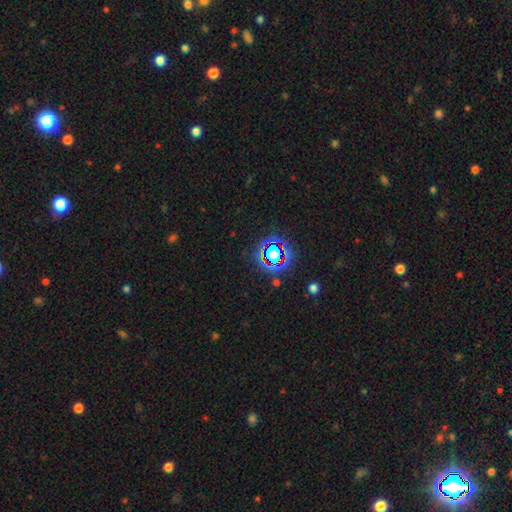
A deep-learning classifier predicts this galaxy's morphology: smooth_or_featured: star or artifact (p=0.78) [alt: smooth p=0.14]